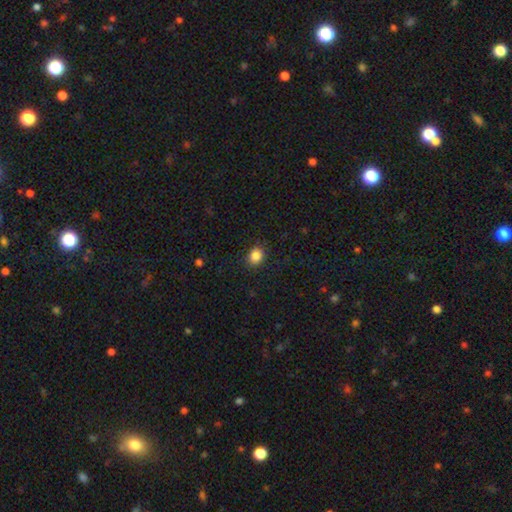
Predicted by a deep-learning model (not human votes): Q: Smooth or featured?
A: smooth (86%); runner-up: star or artifact (10%)
Q: How rounded?
A: round (69%); runner-up: in between (30%)
Q: Merging?
A: none (88%); runner-up: minor disturbance (9%)